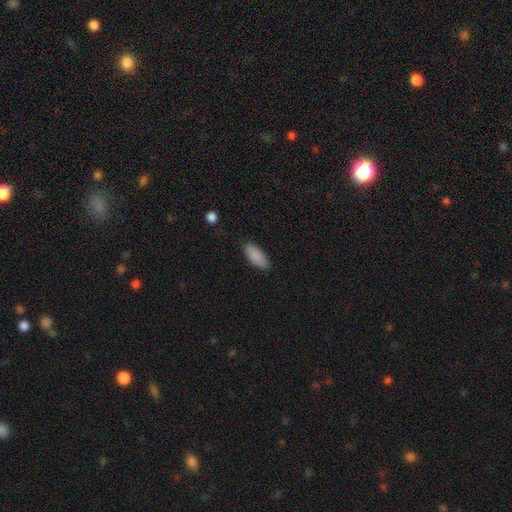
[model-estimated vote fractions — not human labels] Smooth or featured: smooth — 89% (star or artifact — 6%)
How rounded: in between — 80% (cigar-shaped — 18%)
Merging: none — 87% (minor disturbance — 10%)